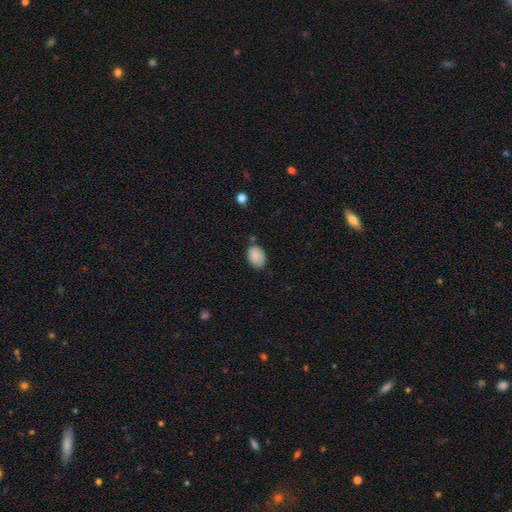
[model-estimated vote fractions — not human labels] Morphology: type=smooth (85%); roundness=in between (81%); merging=none (66%).